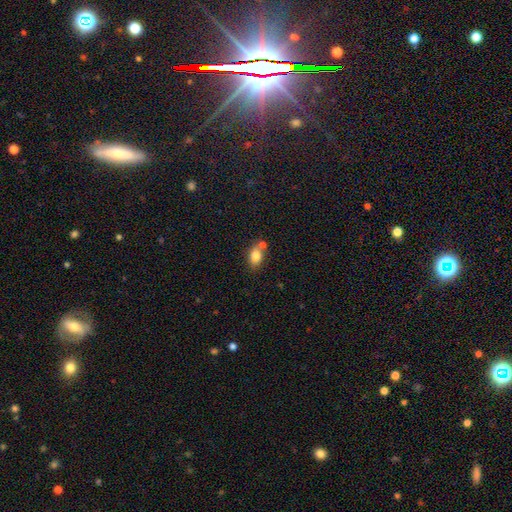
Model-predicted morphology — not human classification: Smooth or featured? Predicted: smooth (p=0.81). How rounded? Predicted: in between (p=0.79). Merging? Predicted: none (p=0.58).